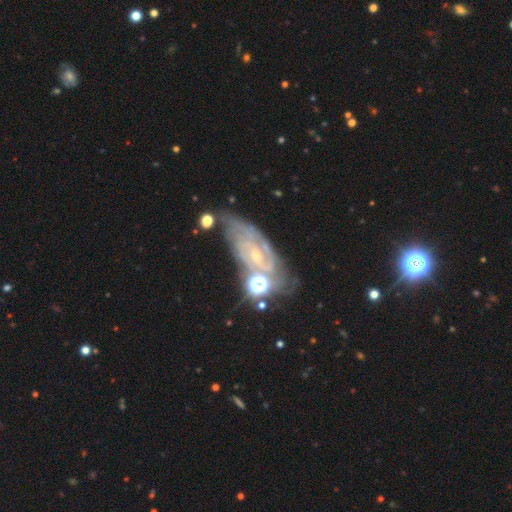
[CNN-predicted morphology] Q: Smooth or featured?
A: featured or disk (76%); runner-up: star or artifact (12%)
Q: Edge-on disk?
A: no (90%); runner-up: yes (10%)
Q: Bar?
A: no (61%); runner-up: weak (29%)
Q: Spiral arms?
A: yes (89%); runner-up: no (11%)
Q: Spiral winding?
A: tight (66%); runner-up: medium (26%)
Q: Spiral arm count?
A: can't tell (46%); runner-up: 2 (24%)
Q: Bulge size?
A: small (78%); runner-up: moderate (16%)
Q: Merging?
A: none (57%); runner-up: minor disturbance (21%)